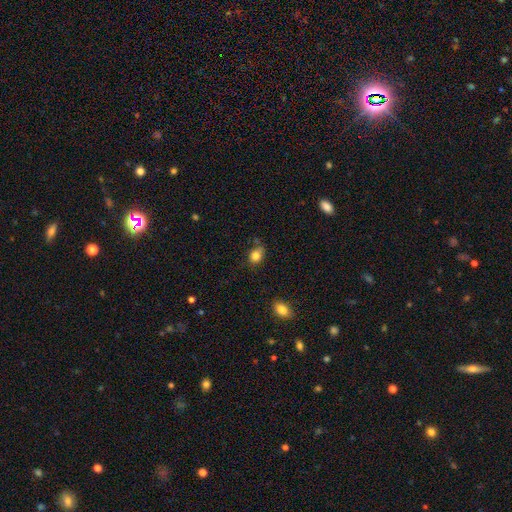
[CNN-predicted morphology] smooth_or_featured: smooth (p=0.83) [alt: star or artifact p=0.11]
how_rounded: in between (p=0.53) [alt: round p=0.46]
merging: none (p=0.59) [alt: minor disturbance p=0.27]